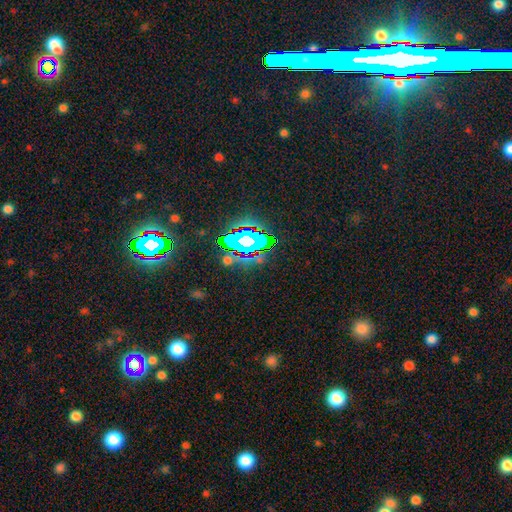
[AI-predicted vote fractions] Q: Smooth or featured?
A: star or artifact (81%); runner-up: smooth (10%)